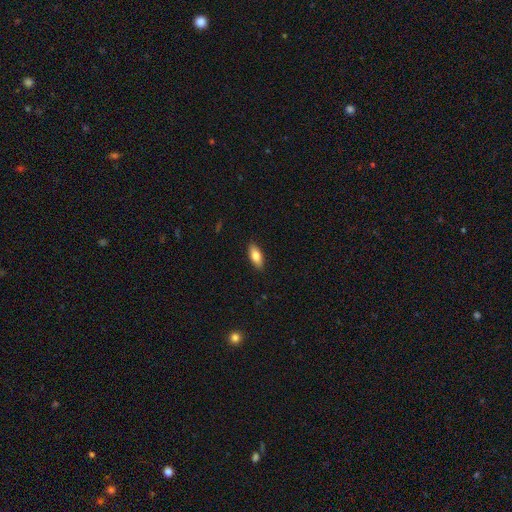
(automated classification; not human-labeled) Overall: smooth (80%). How rounded: in between (80%). Merging: none (88%).